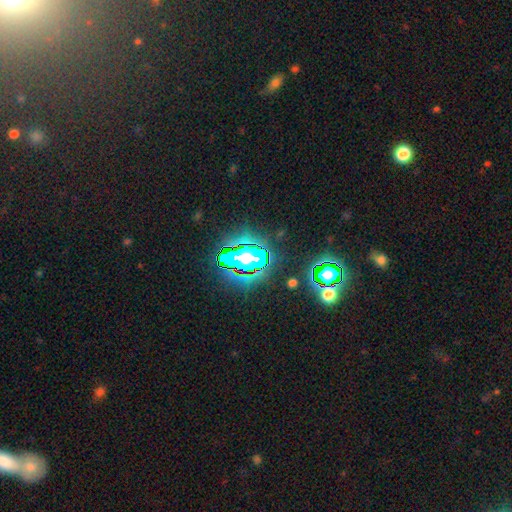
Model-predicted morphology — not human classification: A star or artifact, not a galaxy (79%).

Vote fractions:
- Smooth or featured? star or artifact: 79% / smooth: 13% / featured or disk: 9%